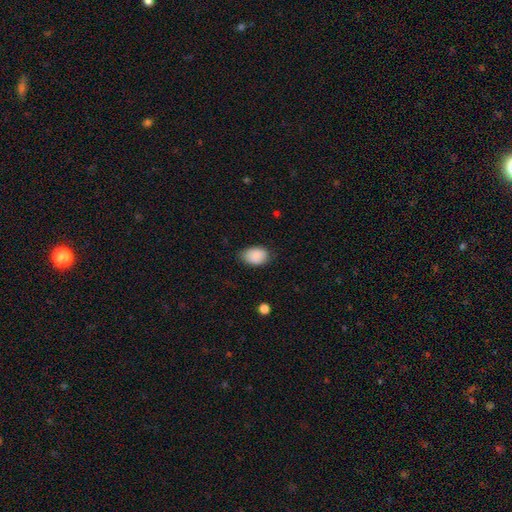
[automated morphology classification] Smooth or featured: smooth — 89% (star or artifact — 7%)
How rounded: in between — 80% (round — 19%)
Merging: none — 75% (minor disturbance — 20%)